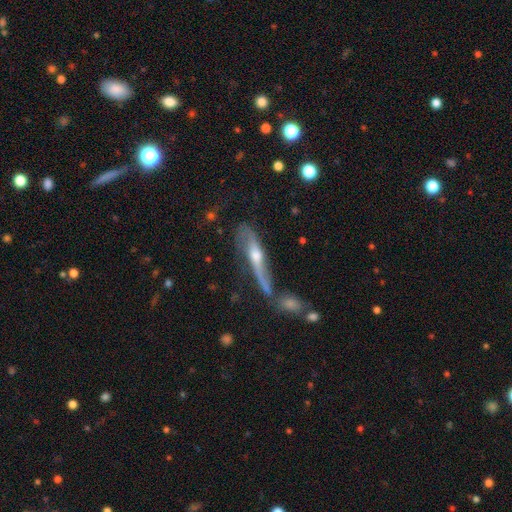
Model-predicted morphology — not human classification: smooth-or-featured: featured or disk: 68% | smooth: 25% | star or artifact: 7%
  disk-edge-on: yes: 65% | no: 35%
  merging: none: 42% | minor disturbance: 22% | merger: 20% | major disturbance: 16%